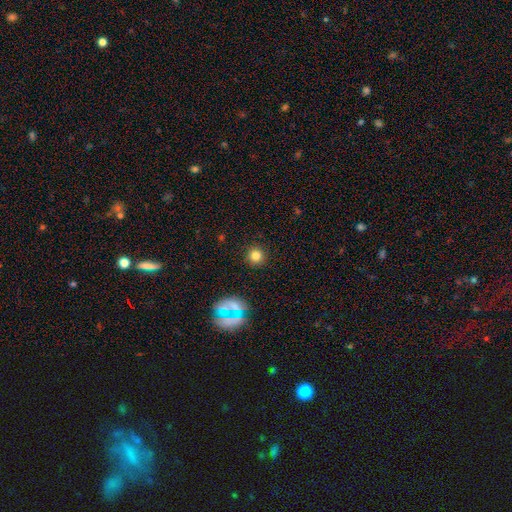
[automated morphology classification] Smooth or featured? smooth (79%)
How rounded? round (93%)
Merging? none (90%)